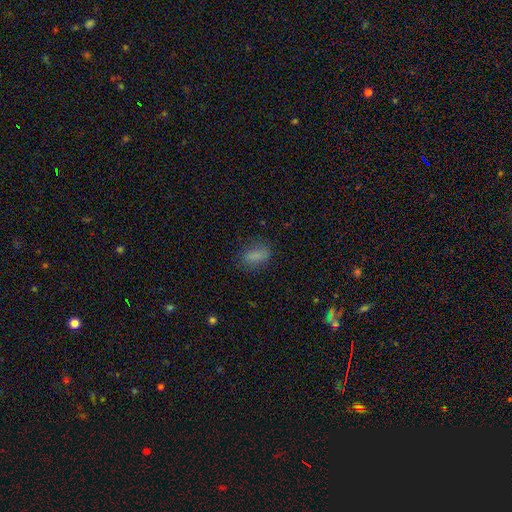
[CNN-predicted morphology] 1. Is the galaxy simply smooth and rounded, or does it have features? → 82% smooth, 11% star or artifact, 8% featured or disk.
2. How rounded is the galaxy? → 84% in between, 11% round, 5% cigar-shaped.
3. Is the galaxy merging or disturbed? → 75% none, 17% minor disturbance, 7% major disturbance, 1% merger.